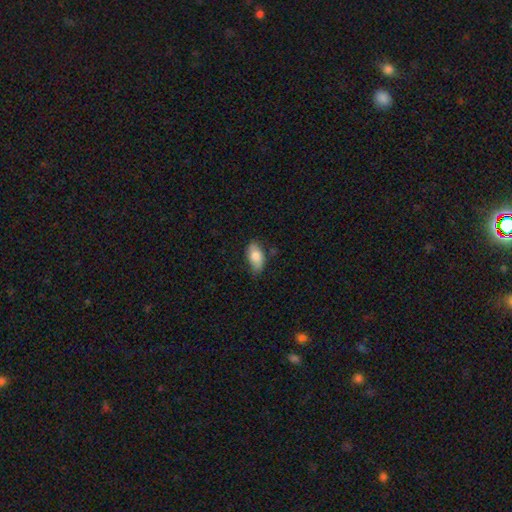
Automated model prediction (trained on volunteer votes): Smooth or featured? Predicted: smooth (p=0.78). How rounded? Predicted: in between (p=0.92). Merging? Predicted: none (p=0.70).